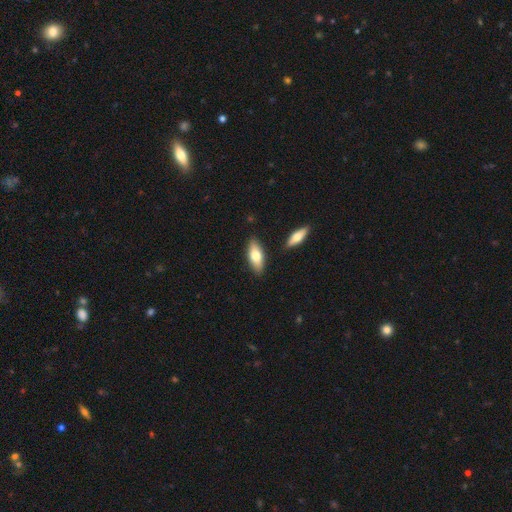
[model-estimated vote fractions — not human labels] Smooth or featured? Predicted: smooth (p=0.70). How rounded? Predicted: in between (p=0.76). Merging? Predicted: none (p=0.84).